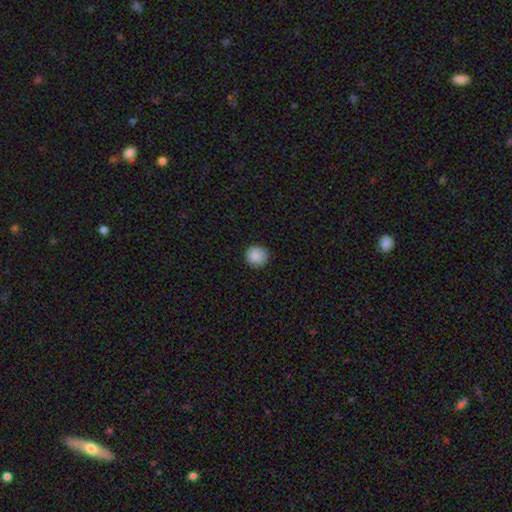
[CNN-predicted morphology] smooth-or-featured: smooth: 87% | star or artifact: 8% | featured or disk: 6%
  how-rounded: round: 92% | in between: 7% | cigar-shaped: 1%
  merging: none: 88% | minor disturbance: 9% | major disturbance: 2% | merger: 1%